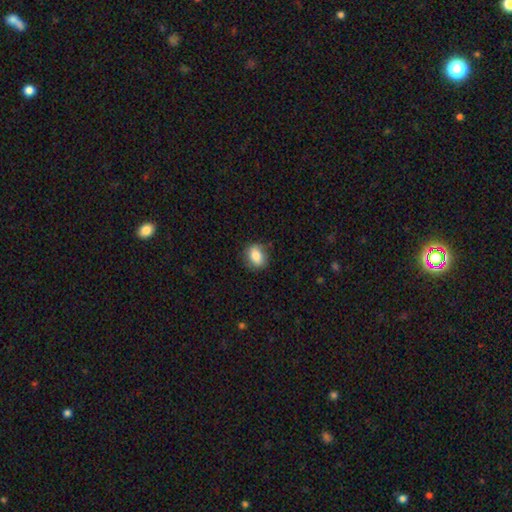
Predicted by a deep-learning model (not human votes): The model was most divided on "how rounded": in between: 53%, round: 46%, cigar-shaped: 1%. More confident: merging — none (83%); smooth or featured — smooth (80%).